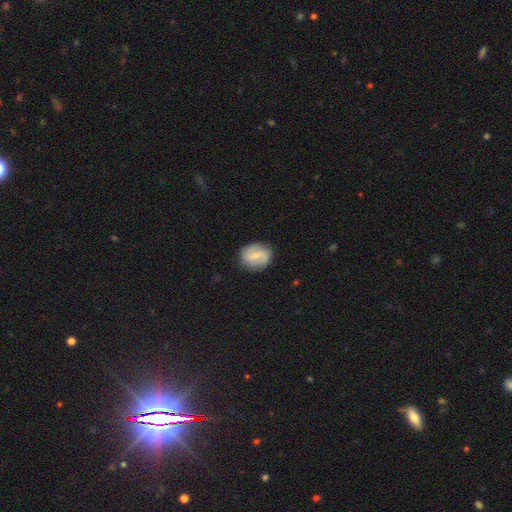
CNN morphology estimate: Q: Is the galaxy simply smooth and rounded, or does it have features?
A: featured or disk — 60%.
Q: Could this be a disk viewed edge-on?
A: no — 97%.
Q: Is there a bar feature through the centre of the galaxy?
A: weak — 52%.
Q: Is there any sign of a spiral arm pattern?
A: yes — 89%.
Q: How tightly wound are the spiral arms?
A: medium — 42%.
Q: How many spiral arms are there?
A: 2 — 85%.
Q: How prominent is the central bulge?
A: small — 62%.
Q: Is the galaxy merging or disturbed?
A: none — 84%.